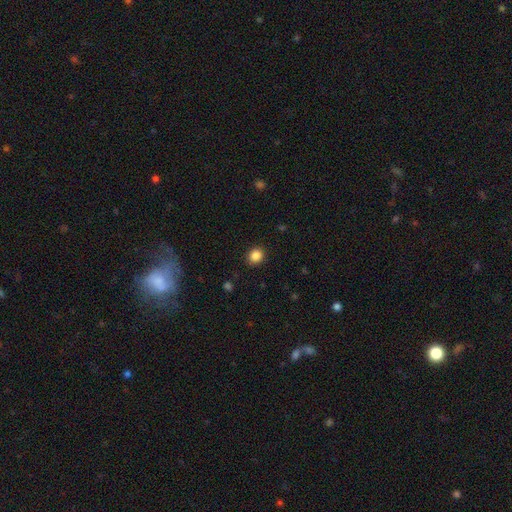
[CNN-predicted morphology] smooth 85%, star or artifact 11%, featured or disk 4%. Down the decision tree: how rounded — round (79%); merging — none (91%).